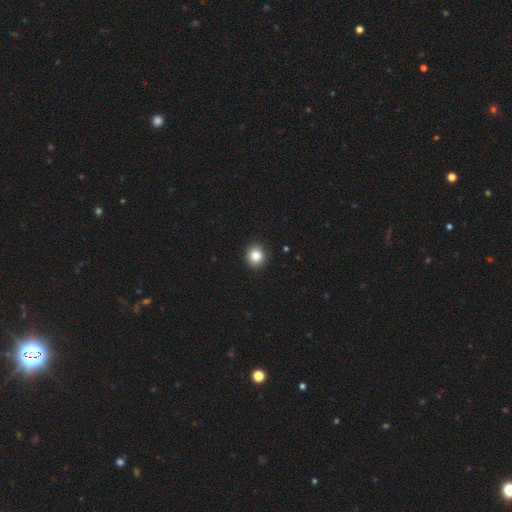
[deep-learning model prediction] A smooth galaxy with no disk features (85%) that is round (90%).

Vote fractions:
- Smooth or featured? smooth: 85% / star or artifact: 10% / featured or disk: 5%
- How rounded? round: 90% / in between: 9% / cigar-shaped: 1%
- Merging? none: 92% / minor disturbance: 5% / major disturbance: 2% / merger: 1%